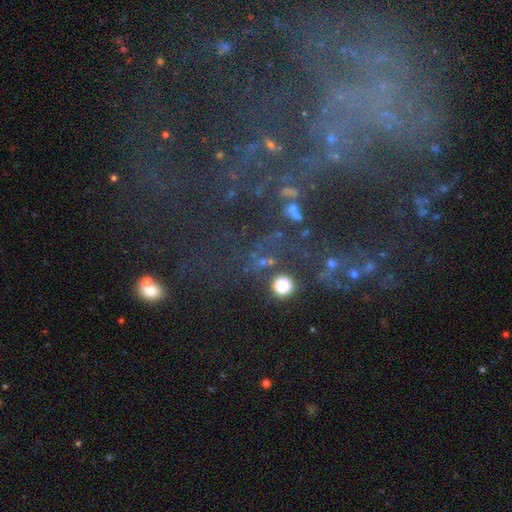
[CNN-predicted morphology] This appears to be a featured or disk galaxy (47%). Merging: none (52%).